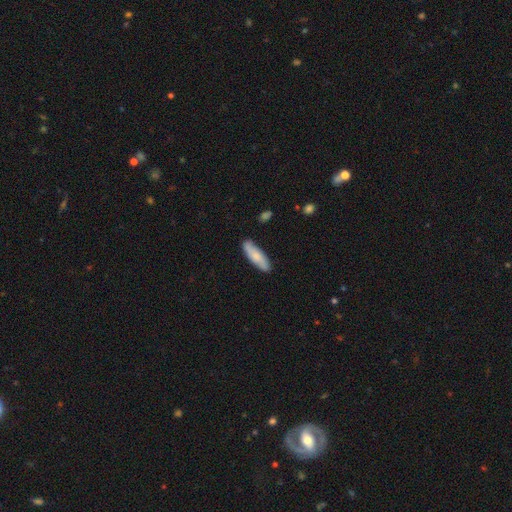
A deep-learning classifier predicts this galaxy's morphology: A smooth galaxy with no disk features (69%) that is in between round and cigar-shaped (49%, tied with cigar-shaped).

Vote fractions:
- Smooth or featured? smooth: 69% / featured or disk: 25% / star or artifact: 6%
- How rounded? in between: 49% (tied) / cigar-shaped: 49% (tied) / round: 2%
- Merging? none: 84% / minor disturbance: 12% / major disturbance: 2% / merger: 2%